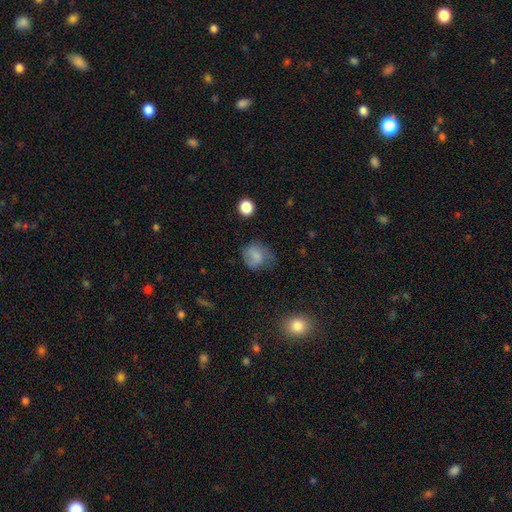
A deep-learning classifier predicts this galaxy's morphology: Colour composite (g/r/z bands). It shows a smooth galaxy with no disk features (73%) that is round (64%). Merging: none (52%).